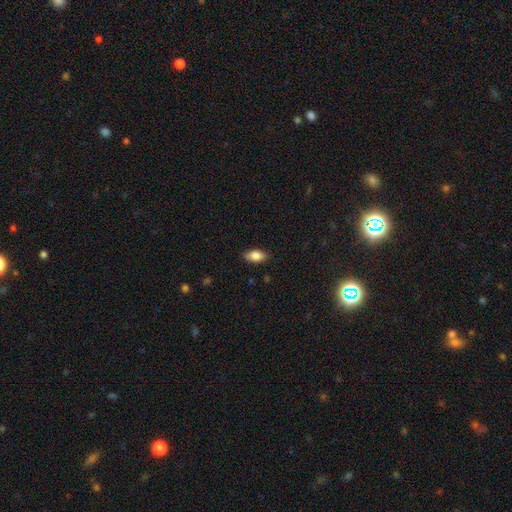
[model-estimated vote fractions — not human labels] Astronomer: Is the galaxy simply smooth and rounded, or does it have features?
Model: smooth — 83%.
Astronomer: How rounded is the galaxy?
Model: in between — 91%.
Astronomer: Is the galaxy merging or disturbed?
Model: none — 86%.